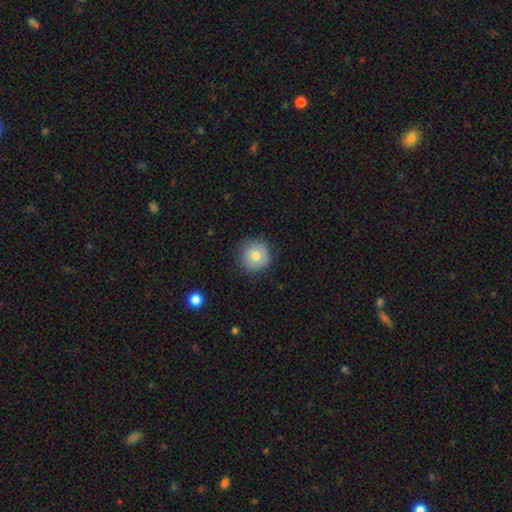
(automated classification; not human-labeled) smooth_or_featured: smooth (p=0.76) [alt: featured or disk p=0.14]
how_rounded: round (p=0.94) [alt: in between p=0.05]
merging: none (p=0.85) [alt: minor disturbance p=0.11]